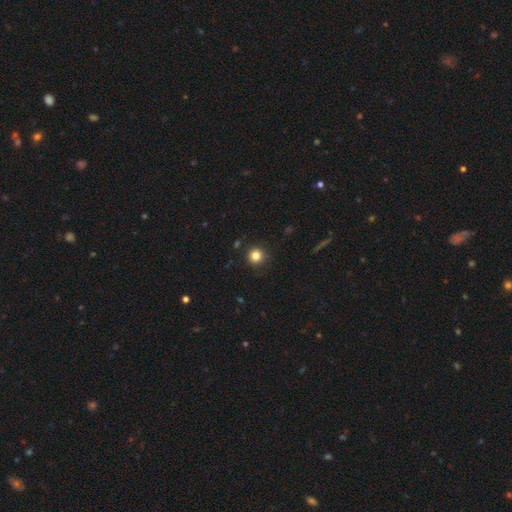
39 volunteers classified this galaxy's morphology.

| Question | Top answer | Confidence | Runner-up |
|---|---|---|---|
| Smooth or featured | smooth | 90% | star or artifact (8%) |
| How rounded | round | 100% | — |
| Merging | none | 83% | minor disturbance (11%) |